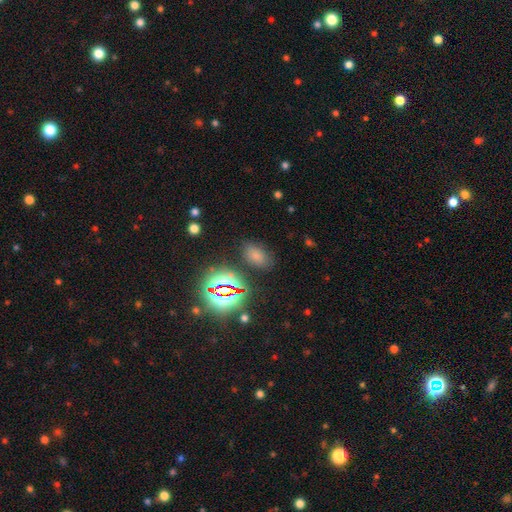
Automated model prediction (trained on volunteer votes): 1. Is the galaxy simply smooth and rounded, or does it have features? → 67% smooth, 26% star or artifact, 7% featured or disk.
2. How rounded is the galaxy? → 89% in between, 9% round, 2% cigar-shaped.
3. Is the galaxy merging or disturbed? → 81% none, 12% minor disturbance, 4% major disturbance, 3% merger.